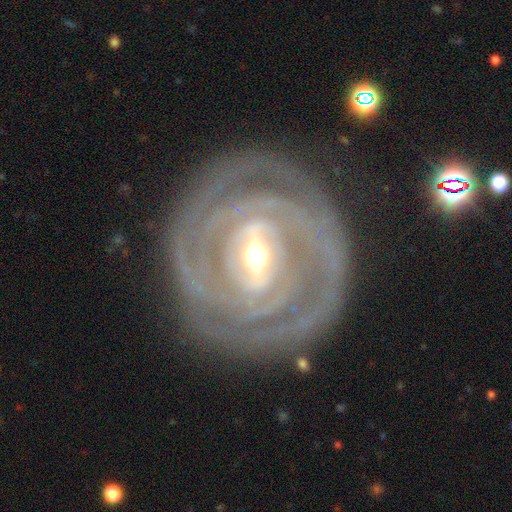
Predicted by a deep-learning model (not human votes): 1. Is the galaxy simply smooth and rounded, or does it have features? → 91% featured or disk, 5% smooth, 4% star or artifact.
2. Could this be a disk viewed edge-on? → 96% no, 4% yes.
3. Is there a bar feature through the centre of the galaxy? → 57% strong, 32% weak, 12% no.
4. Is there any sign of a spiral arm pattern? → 95% yes, 5% no.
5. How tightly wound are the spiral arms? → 83% tight, 14% medium, 3% loose.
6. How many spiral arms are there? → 29% 2, 25% can't tell, 18% 3, 13% 4, 8% more than 4, 7% 1.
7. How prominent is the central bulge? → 52% moderate, 43% small, 4% large, 1% dominant, 1% none.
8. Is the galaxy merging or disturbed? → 81% none, 12% minor disturbance, 5% major disturbance, 1% merger.